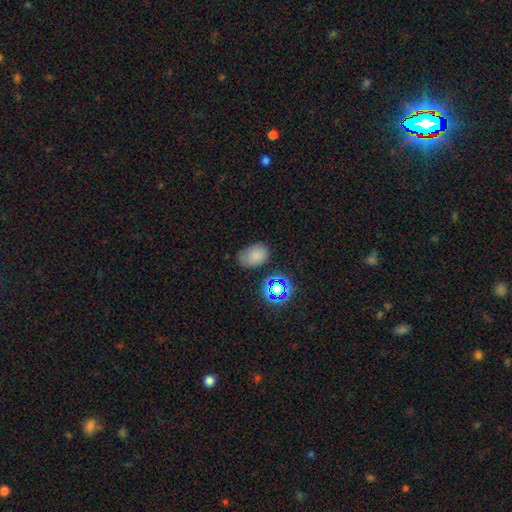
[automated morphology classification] Smooth or featured: smooth — 74% (star or artifact — 17%)
How rounded: in between — 81% (round — 18%)
Merging: none — 63% (minor disturbance — 26%)